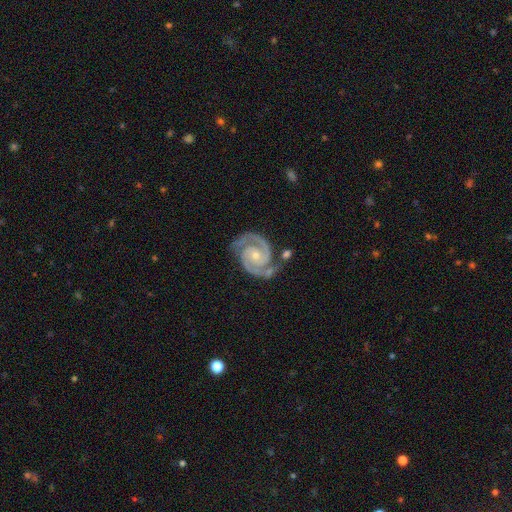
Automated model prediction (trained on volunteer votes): Overall: featured or disk (93%). Edge-on disk: no (98%). Bar: no (69%). Spiral arms: yes (99%). Spiral arm count: 2 (93%). Spiral winding: tight (61%; medium 35%). Bulge size: small (63%; moderate 33%). Merging: none (75%).